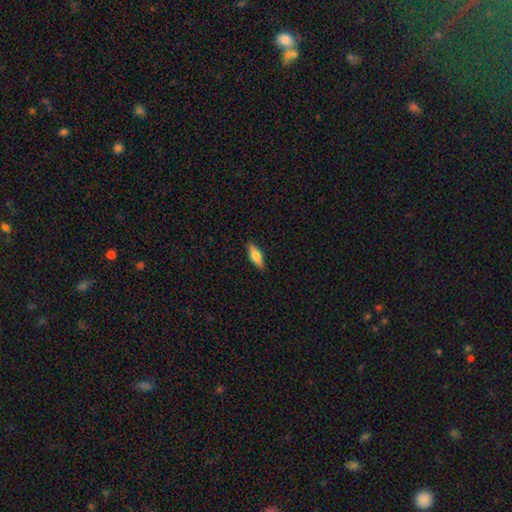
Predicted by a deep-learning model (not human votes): This appears to be a smooth galaxy with no disk features (64%) that is in between round and cigar-shaped (60%). Merging: none (88%).